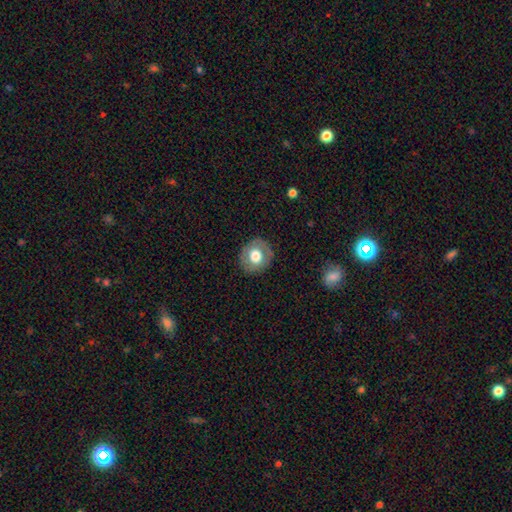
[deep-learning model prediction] smooth 64%, featured or disk 29%, star or artifact 8%. Down the decision tree: how rounded — round (78%); merging — none (85%).